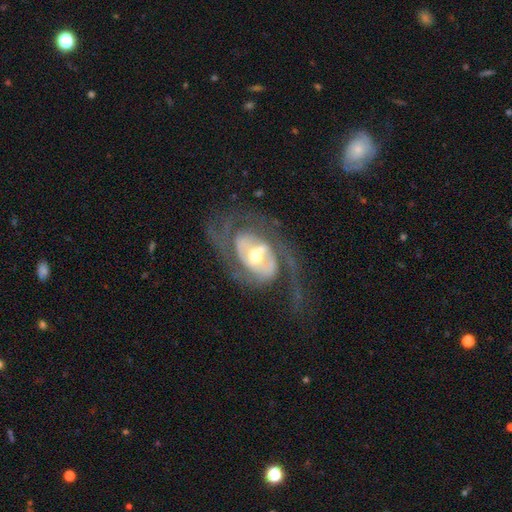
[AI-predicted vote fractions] A featured or disk galaxy (87%) with a weak bar (41%), 2 (57%) medium (45%) spiral arms (90%) and a moderate central bulge (60%). Merging: none (51%).